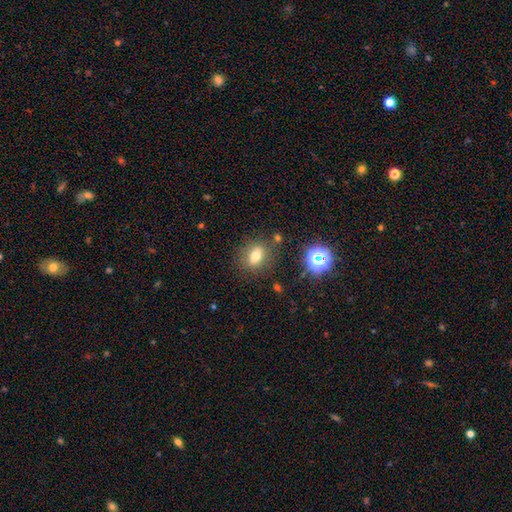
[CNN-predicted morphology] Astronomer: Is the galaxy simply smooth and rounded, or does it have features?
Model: smooth — 73%.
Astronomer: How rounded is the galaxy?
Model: in between — 62%.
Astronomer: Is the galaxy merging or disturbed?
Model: none — 80%.